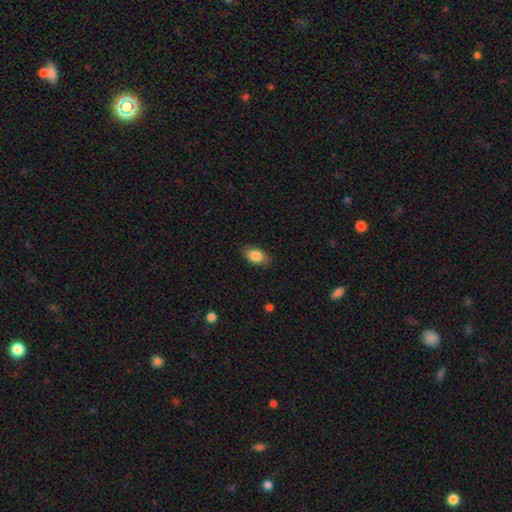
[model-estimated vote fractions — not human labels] This is clearly a smooth galaxy (85%). How rounded: clearly in between (86%). Merging: clearly none (83%).